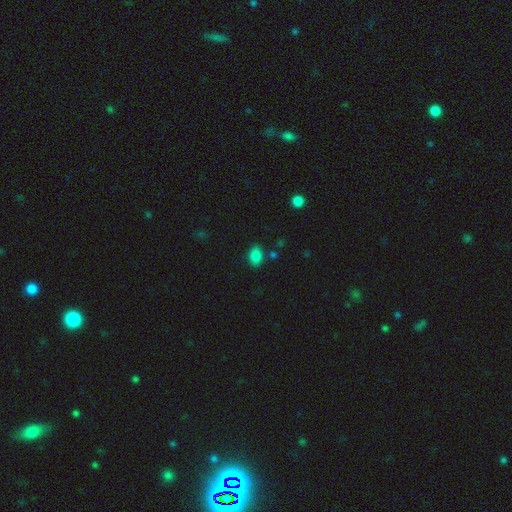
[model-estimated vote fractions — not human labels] This is clearly a smooth galaxy (83%). How rounded: likely in between (76%). Merging: clearly none (81%).